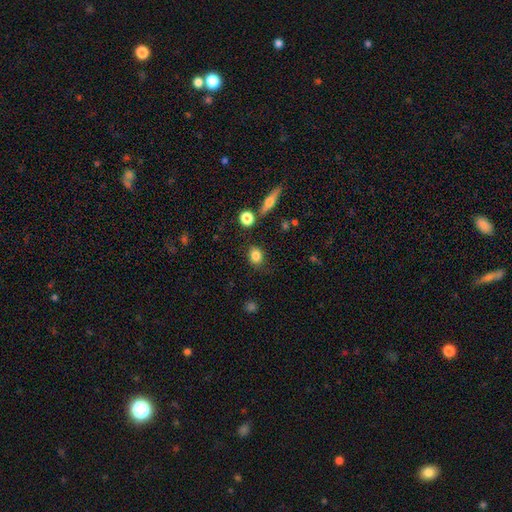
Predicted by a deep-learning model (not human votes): This is clearly a smooth galaxy (83%). How rounded: possibly round (55%). Merging: clearly none (80%).